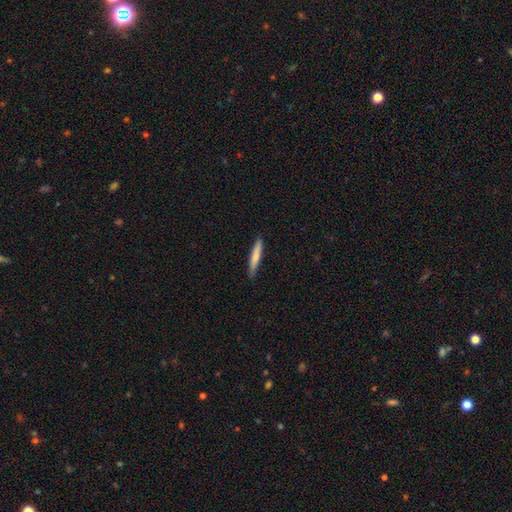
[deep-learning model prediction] A smooth galaxy with no disk features (72%) that is cigar-shaped (93%).

Vote fractions:
- Smooth or featured? smooth: 72% / featured or disk: 22% / star or artifact: 5%
- How rounded? cigar-shaped: 93% / in between: 6% / round: 1%
- Merging? none: 86% / minor disturbance: 11% / major disturbance: 2% / merger: 1%